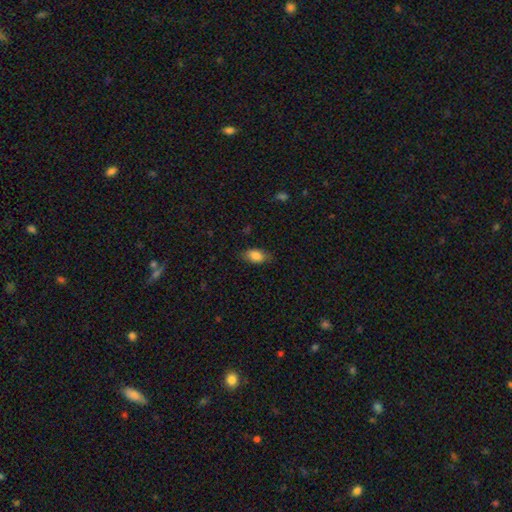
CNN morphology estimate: Overall: smooth (84%). How rounded: in between (90%). Merging: none (78%).